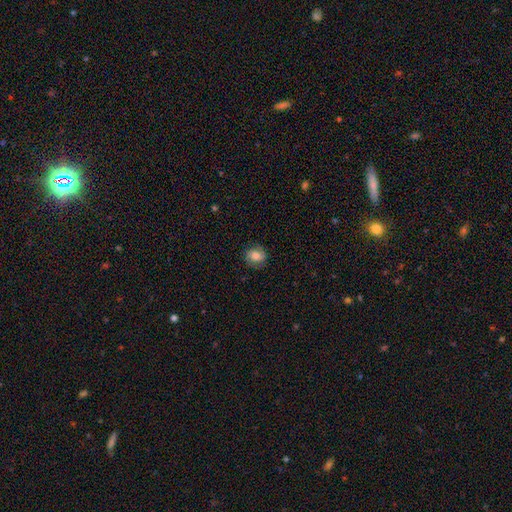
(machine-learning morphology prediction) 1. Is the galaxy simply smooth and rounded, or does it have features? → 53% smooth, 37% featured or disk, 10% star or artifact.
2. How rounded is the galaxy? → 71% round, 28% in between, 1% cigar-shaped.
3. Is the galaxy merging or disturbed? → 80% none, 14% minor disturbance, 5% major disturbance, 1% merger.